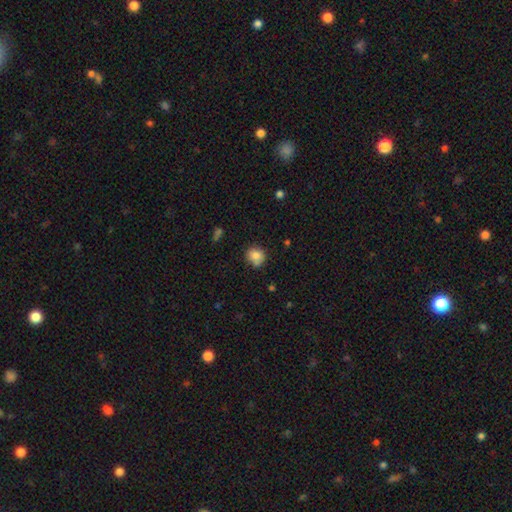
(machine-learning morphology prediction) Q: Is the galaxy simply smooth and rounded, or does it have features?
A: smooth — 81%.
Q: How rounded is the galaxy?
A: round — 82%.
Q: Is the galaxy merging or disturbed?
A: none — 68%.